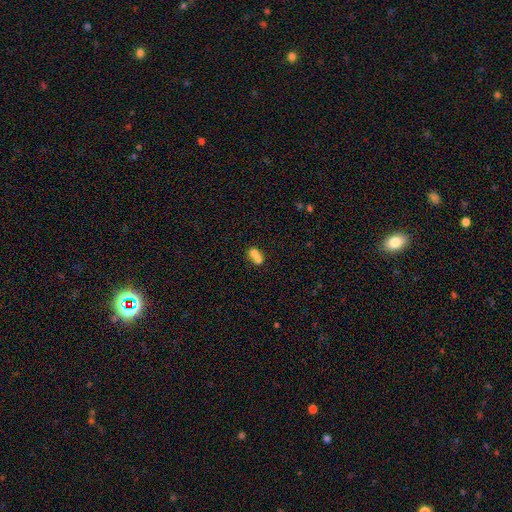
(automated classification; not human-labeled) The model was most divided on "how rounded": round: 58%, in between: 41%, cigar-shaped: 1%. More confident: merging — merger (71%); smooth or featured — smooth (69%).